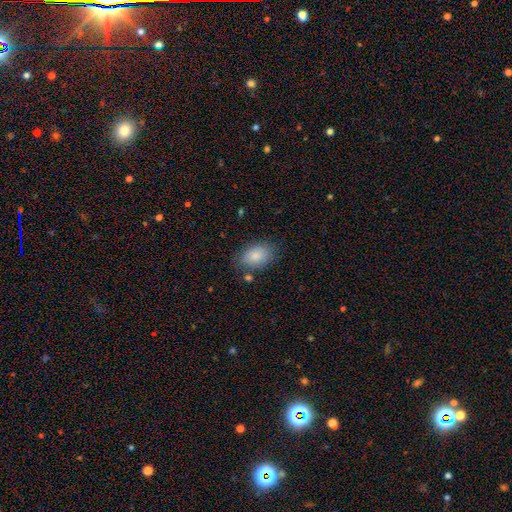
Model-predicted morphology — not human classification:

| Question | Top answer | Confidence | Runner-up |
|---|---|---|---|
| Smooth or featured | smooth | 85% | featured or disk (7%) |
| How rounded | in between | 84% | round (15%) |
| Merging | none | 76% | minor disturbance (16%) |